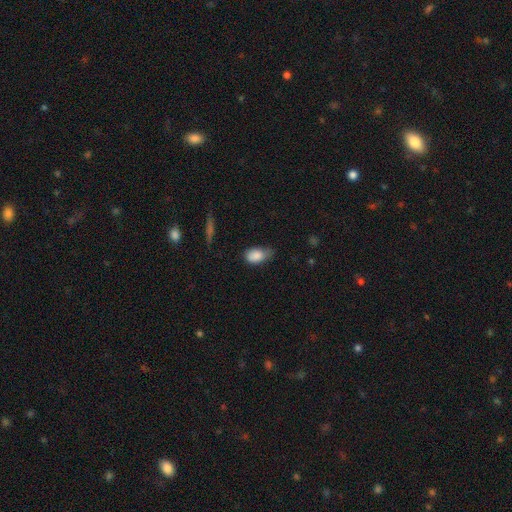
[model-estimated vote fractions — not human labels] Smooth or featured?
  - smooth: 86% *
  - star or artifact: 8%
  - featured or disk: 7%
How rounded?
  - in between: 88% *
  - round: 10%
  - cigar-shaped: 2%
Merging?
  - minor disturbance: 45% *
  - none: 41%
  - major disturbance: 12%
  - merger: 2%